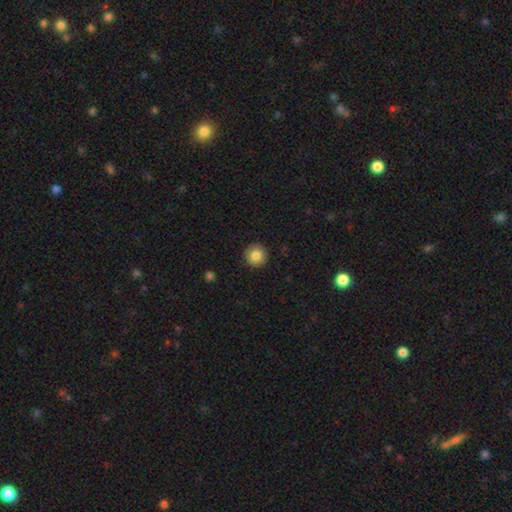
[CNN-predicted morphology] This appears to be a smooth galaxy with no disk features (84%) that is round (95%). Merging: none (92%).